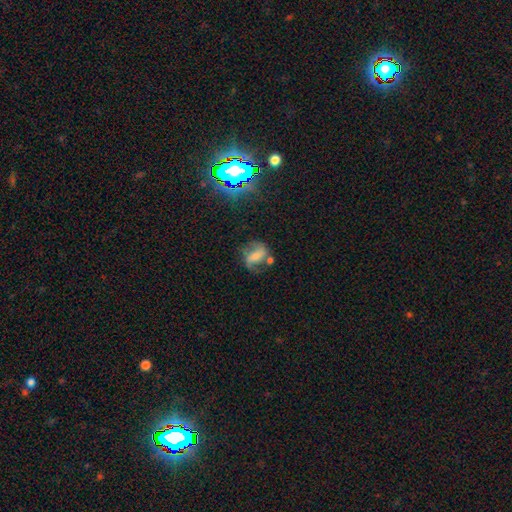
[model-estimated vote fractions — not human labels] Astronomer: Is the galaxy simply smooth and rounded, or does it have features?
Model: featured or disk — 63%.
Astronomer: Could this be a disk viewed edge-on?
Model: no — 95%.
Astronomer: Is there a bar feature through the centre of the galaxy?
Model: strong — 42% (runner-up: weak, 34%).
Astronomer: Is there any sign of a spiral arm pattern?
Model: yes — 84%.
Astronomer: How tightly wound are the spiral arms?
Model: medium — 42%, tied with loose at 42%.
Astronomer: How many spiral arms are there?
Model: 2 — 82%.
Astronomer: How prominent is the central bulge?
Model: small — 45% (runner-up: moderate, 36%).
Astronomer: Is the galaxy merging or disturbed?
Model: none — 54%.